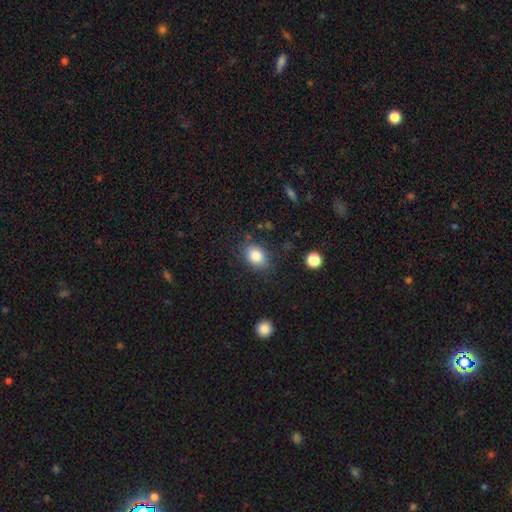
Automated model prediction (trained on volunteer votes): smooth-or-featured: smooth: 85% | star or artifact: 9% | featured or disk: 7%
  how-rounded: in between: 75% | round: 24% | cigar-shaped: 1%
  merging: none: 78% | minor disturbance: 15% | major disturbance: 5% | merger: 2%